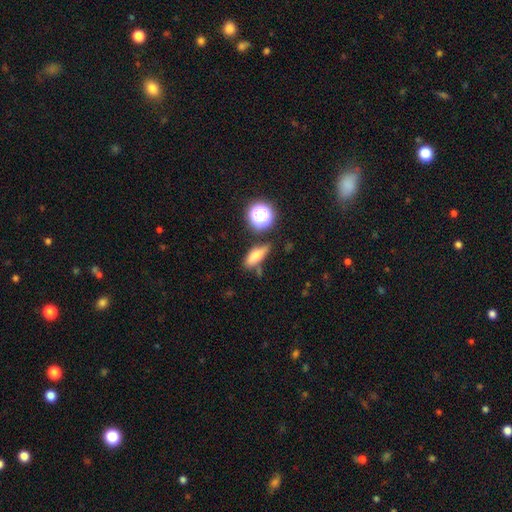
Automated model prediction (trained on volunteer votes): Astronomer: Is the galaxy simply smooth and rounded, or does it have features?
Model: smooth — 70%.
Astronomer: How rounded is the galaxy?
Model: in between — 54% (runner-up: cigar-shaped, 33%).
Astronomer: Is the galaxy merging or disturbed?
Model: none — 64%.